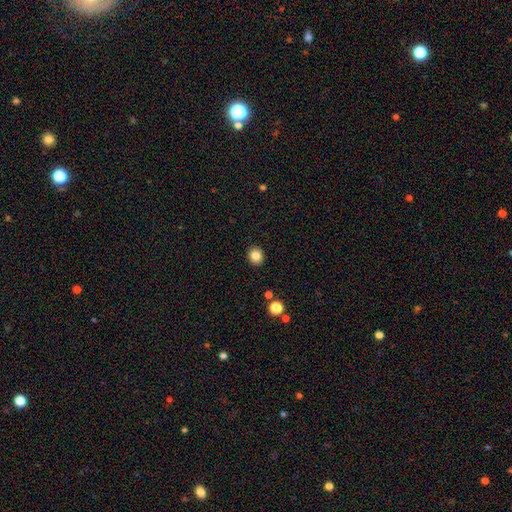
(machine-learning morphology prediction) Smooth or featured? Predicted: smooth (p=0.83). How rounded? Predicted: round (p=0.77). Merging? Predicted: none (p=0.91).